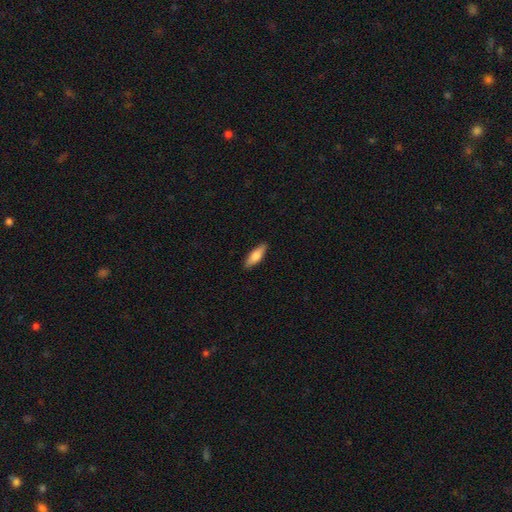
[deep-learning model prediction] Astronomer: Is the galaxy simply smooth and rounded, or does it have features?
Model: smooth — 73%.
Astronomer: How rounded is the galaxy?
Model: in between — 56% (runner-up: cigar-shaped, 42%).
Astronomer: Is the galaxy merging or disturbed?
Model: none — 88%.